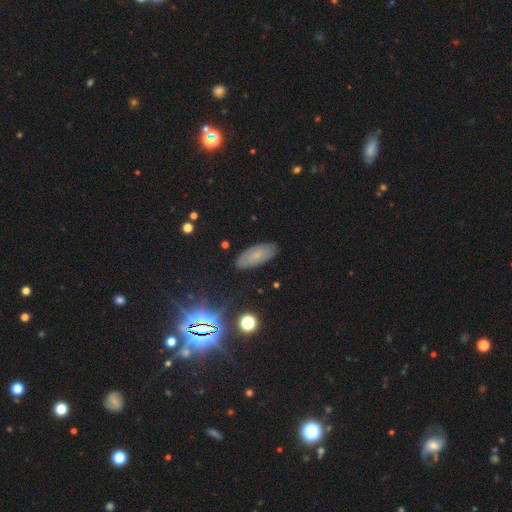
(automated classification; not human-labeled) smooth 56%, featured or disk 26%, star or artifact 18%. Down the decision tree: how rounded — in between (88%); merging — none (83%).